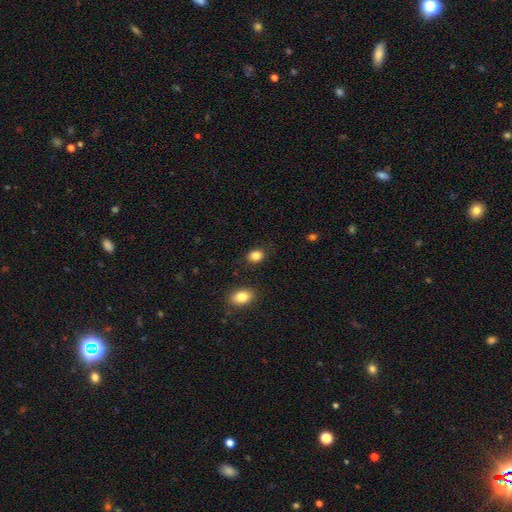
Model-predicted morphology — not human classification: Smooth or featured? smooth (86%)
How rounded? in between (61%)
Merging? none (85%)